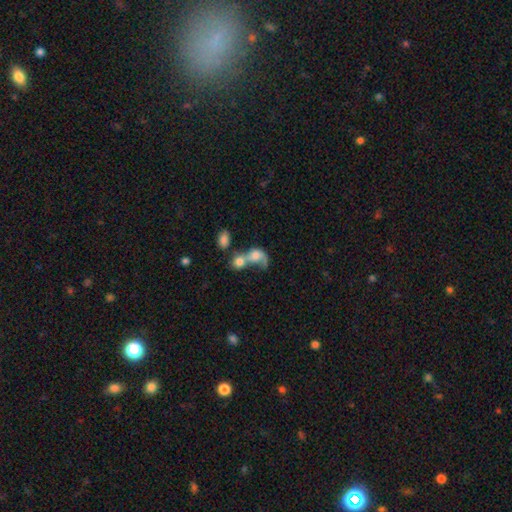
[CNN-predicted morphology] A smooth galaxy with no disk features (57%) that is in between round and cigar-shaped (61%).

Vote fractions:
- Smooth or featured? smooth: 57% / featured or disk: 33% / star or artifact: 10%
- How rounded? in between: 61% / round: 36% / cigar-shaped: 3%
- Merging? merger: 70% / major disturbance: 13% / none: 11% / minor disturbance: 6%